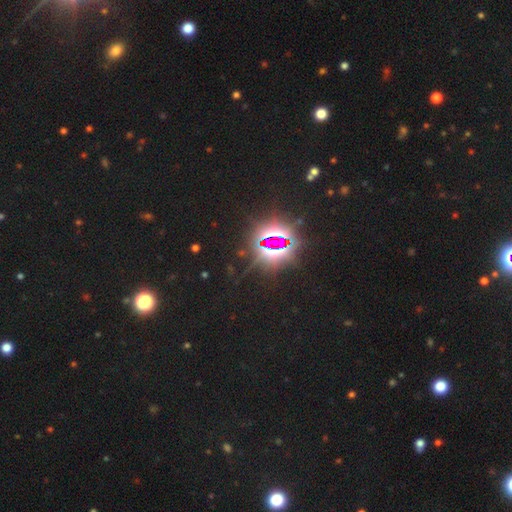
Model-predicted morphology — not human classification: A star or artifact, not a galaxy (80%).

Vote fractions:
- Smooth or featured? star or artifact: 80% / smooth: 13% / featured or disk: 7%